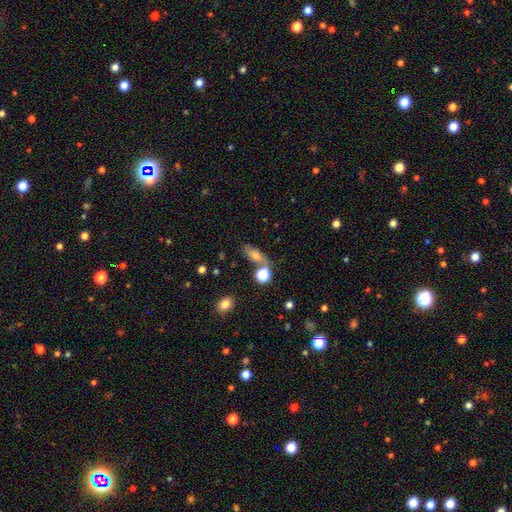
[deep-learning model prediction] Smooth or featured?
  - smooth: 61% *
  - featured or disk: 26%
  - star or artifact: 13%
How rounded?
  - in between: 62% *
  - cigar-shaped: 25%
  - round: 13%
Merging?
  - none: 56% *
  - merger: 20%
  - minor disturbance: 16%
  - major disturbance: 8%